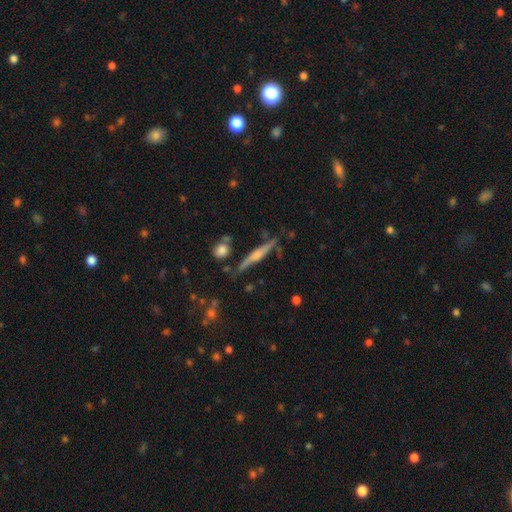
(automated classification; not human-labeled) A featured or disk galaxy (67%) viewed edge-on (94%) with a rounded central bulge (72%).

Vote fractions:
- Smooth or featured? featured or disk: 67% / smooth: 22% / star or artifact: 11%
- Edge-on disk? yes: 94% / no: 6%
- Edge-on bulge? rounded: 72% / none: 16% / boxy: 12%
- Merging? none: 77% / minor disturbance: 14% / merger: 4% / major disturbance: 4%